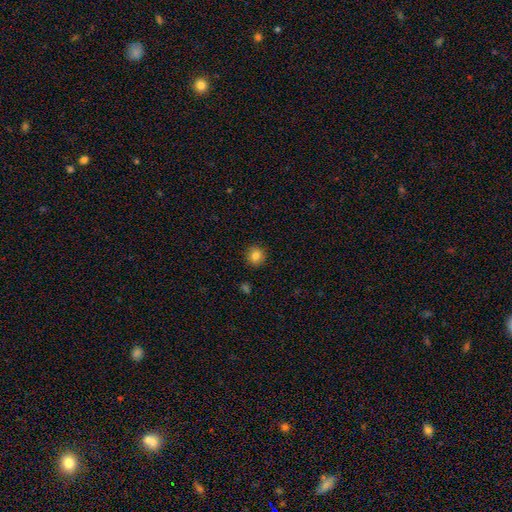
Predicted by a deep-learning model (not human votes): Smooth or featured? smooth (83%)
How rounded? round (91%)
Merging? none (91%)